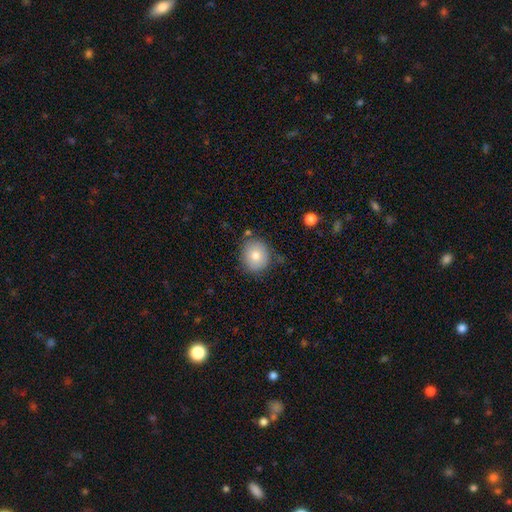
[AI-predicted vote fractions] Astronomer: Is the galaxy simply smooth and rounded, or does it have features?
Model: smooth — 77%.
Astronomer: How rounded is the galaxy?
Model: round — 78%.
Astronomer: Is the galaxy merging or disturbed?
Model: none — 79%.